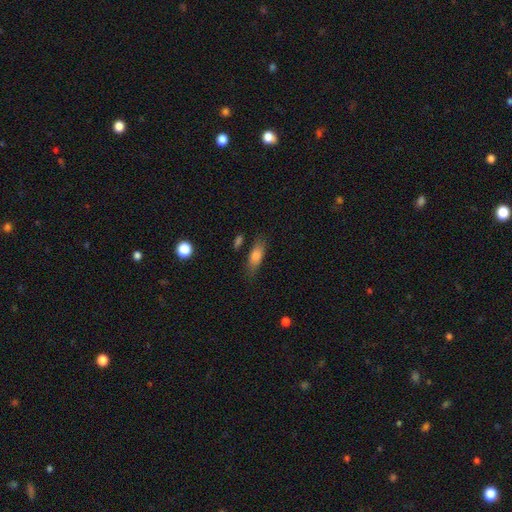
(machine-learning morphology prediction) Overall: smooth (74%). How rounded: in between (64%; cigar-shaped 32%). Merging: none (75%).